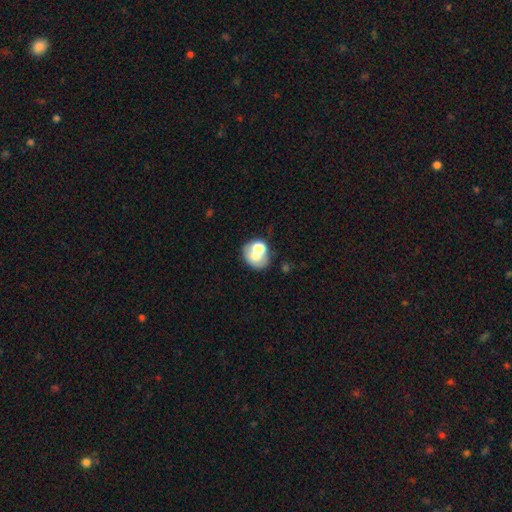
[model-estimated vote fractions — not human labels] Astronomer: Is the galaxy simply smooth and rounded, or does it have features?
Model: smooth — 60%.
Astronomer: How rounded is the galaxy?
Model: round — 56% (runner-up: in between, 43%).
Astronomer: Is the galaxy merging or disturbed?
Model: merger — 42% (runner-up: none, 37%).